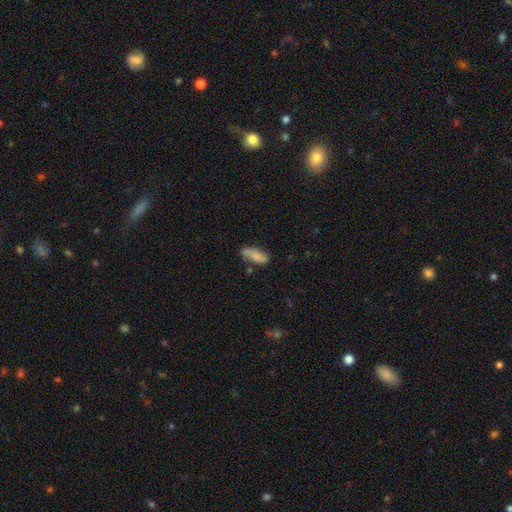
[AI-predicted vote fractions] Smooth or featured?
  - smooth: 68% *
  - featured or disk: 24%
  - star or artifact: 8%
How rounded?
  - in between: 75% *
  - cigar-shaped: 22%
  - round: 3%
Merging?
  - none: 61% *
  - minor disturbance: 24%
  - merger: 9%
  - major disturbance: 6%